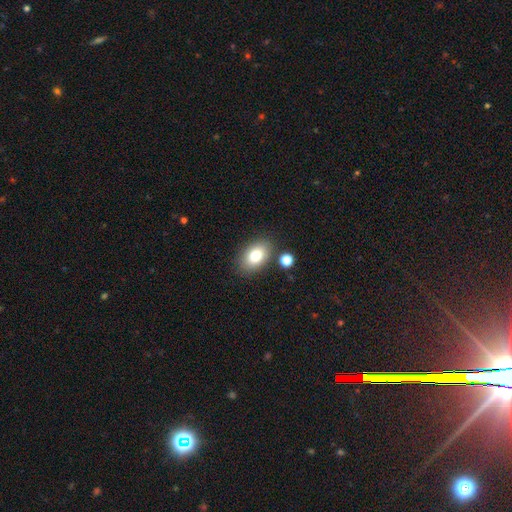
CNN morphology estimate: Smooth or featured? smooth (79%)
How rounded? in between (86%)
Merging? none (81%)